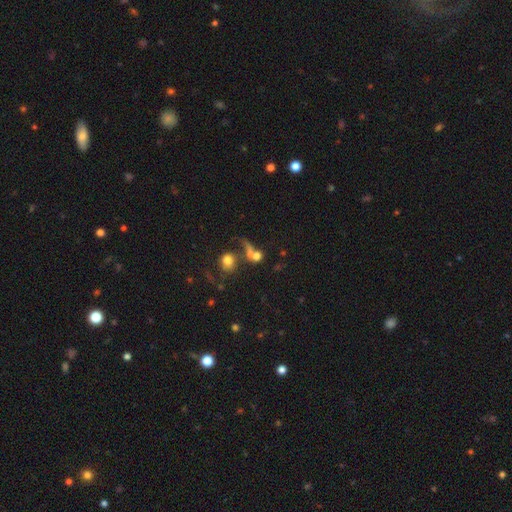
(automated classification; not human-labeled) Q: Smooth or featured?
A: smooth (63%); runner-up: featured or disk (19%)
Q: How rounded?
A: round (71%); runner-up: in between (24%)
Q: Merging?
A: merger (42%); runner-up: none (33%)